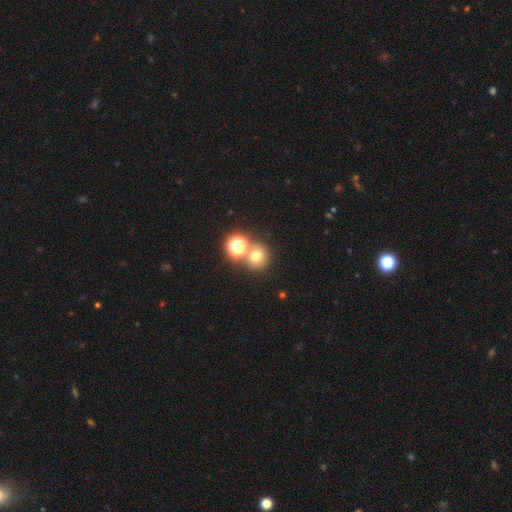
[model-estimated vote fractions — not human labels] Smooth or featured? smooth (66%)
How rounded? round (82%)
Merging? none (60%)